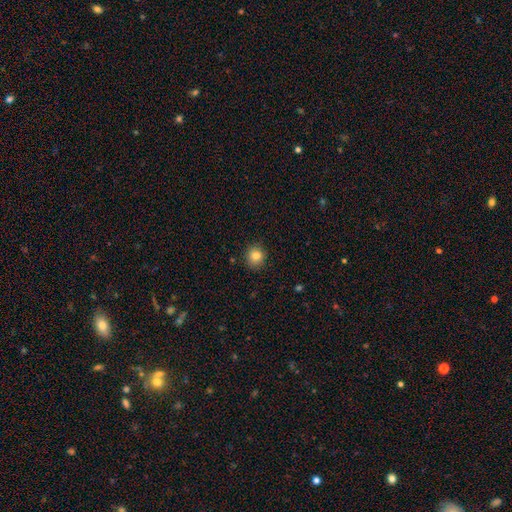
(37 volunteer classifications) Overall: smooth (89%). How rounded: round (91%). Merging: none (80%).